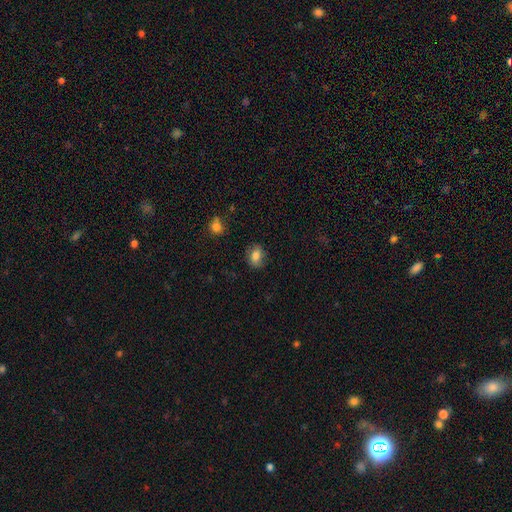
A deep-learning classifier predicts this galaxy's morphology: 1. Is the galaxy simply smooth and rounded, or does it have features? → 82% smooth, 9% star or artifact, 9% featured or disk.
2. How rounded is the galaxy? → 64% in between, 34% round, 1% cigar-shaped.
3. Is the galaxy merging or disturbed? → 81% none, 14% minor disturbance, 3% major disturbance, 1% merger.